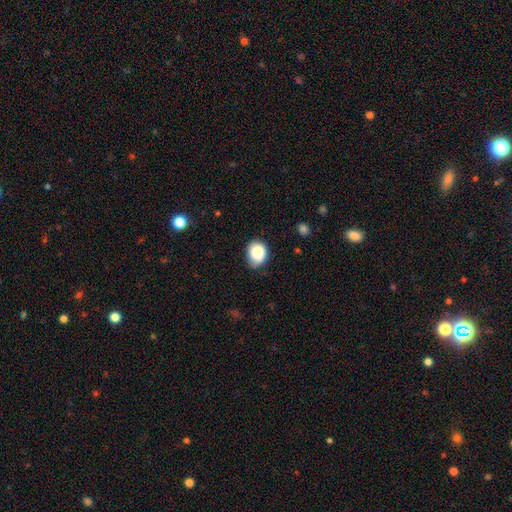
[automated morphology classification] This appears to be a smooth galaxy with no disk features (82%) that is round (56%). Merging: none (59%).